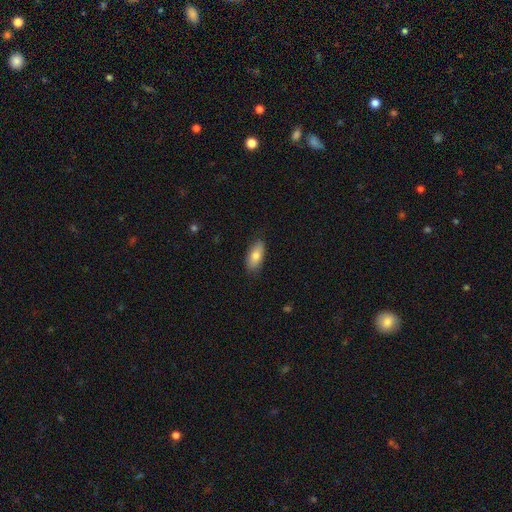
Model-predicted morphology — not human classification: Q: Smooth or featured?
A: smooth (80%); runner-up: featured or disk (14%)
Q: How rounded?
A: in between (86%); runner-up: cigar-shaped (12%)
Q: Merging?
A: none (85%); runner-up: minor disturbance (12%)